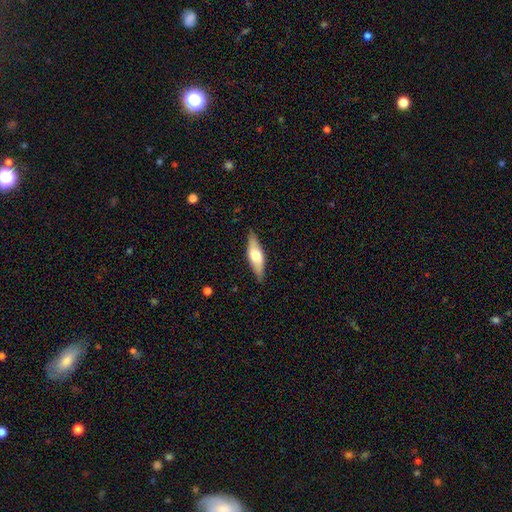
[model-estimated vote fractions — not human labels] Smooth or featured? smooth (54%)
How rounded? in between (51%)
Merging? none (84%)